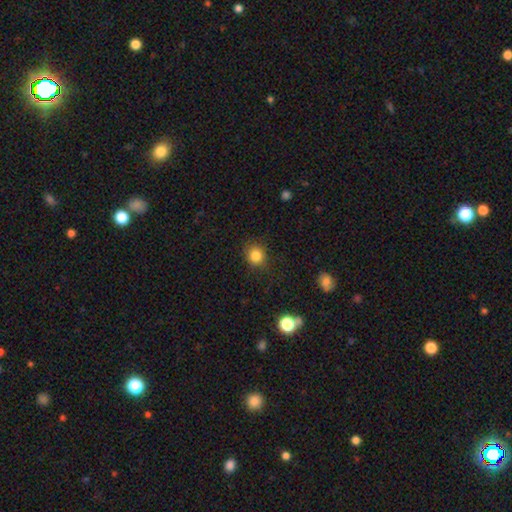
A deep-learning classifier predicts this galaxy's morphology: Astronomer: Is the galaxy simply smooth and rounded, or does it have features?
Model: smooth — 83%.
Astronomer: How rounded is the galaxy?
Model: round — 86%.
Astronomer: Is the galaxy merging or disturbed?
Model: none — 85%.